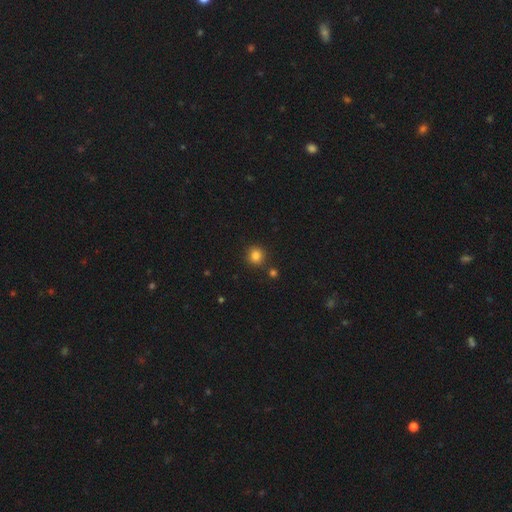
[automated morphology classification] Smooth or featured? smooth (83%)
How rounded? round (89%)
Merging? none (85%)